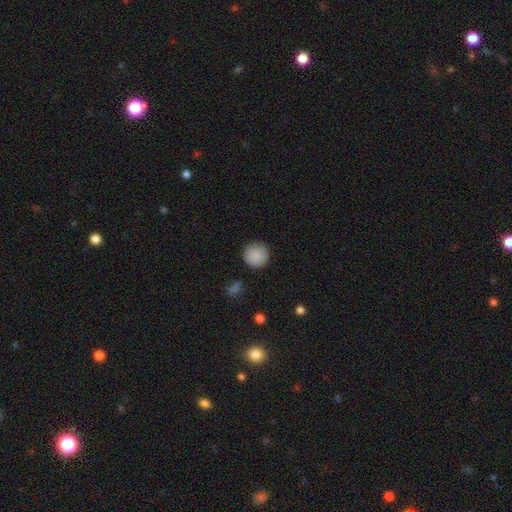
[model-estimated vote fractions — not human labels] Smooth or featured? Predicted: smooth (p=0.88). How rounded? Predicted: round (p=0.95). Merging? Predicted: none (p=0.89).